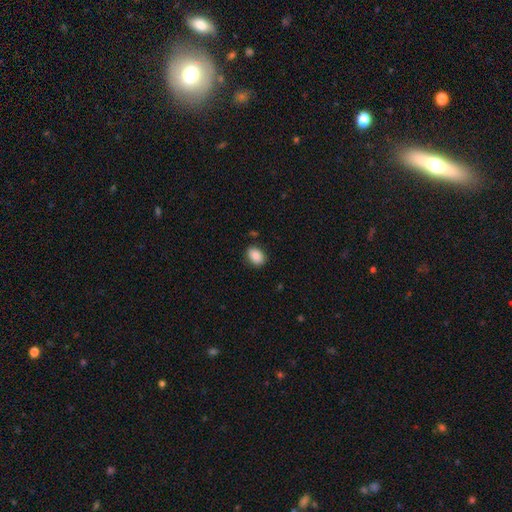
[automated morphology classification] Smooth or featured: smooth — 86% (star or artifact — 8%)
How rounded: in between — 77% (round — 22%)
Merging: none — 85% (minor disturbance — 11%)